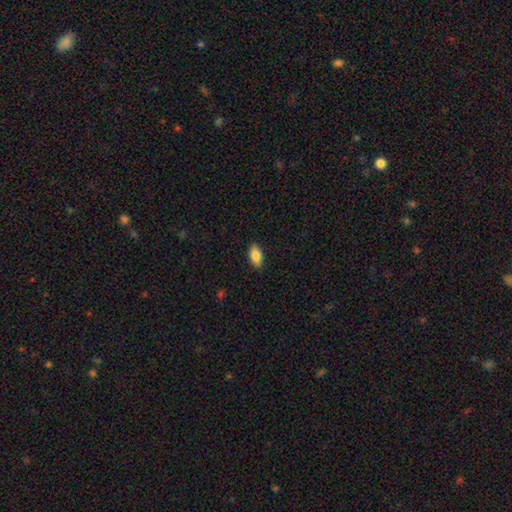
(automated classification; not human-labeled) A smooth galaxy with no disk features (85%) that is in between round and cigar-shaped (90%). Merging: none (88%).